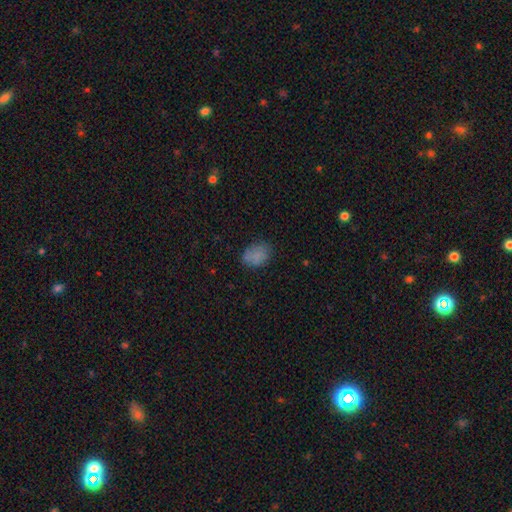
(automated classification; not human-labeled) A smooth galaxy with no disk features (78%) that is in between round and cigar-shaped (70%).

Vote fractions:
- Smooth or featured? smooth: 78% / star or artifact: 12% / featured or disk: 10%
- How rounded? in between: 70% / round: 29% / cigar-shaped: 1%
- Merging? none: 72% / minor disturbance: 20% / major disturbance: 6% / merger: 2%